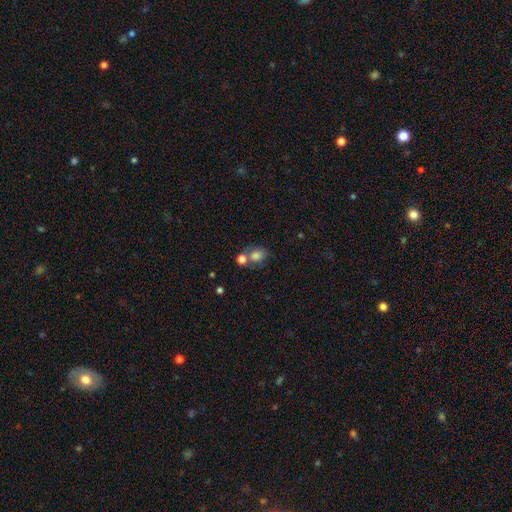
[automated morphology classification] This is likely a smooth galaxy (79%). How rounded: possibly round (51%). Merging: marginally none (43%).